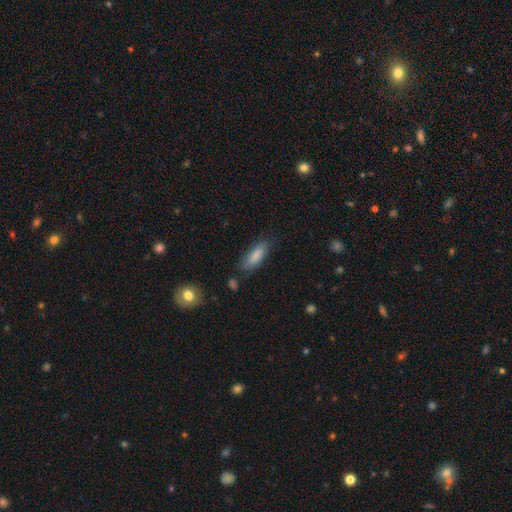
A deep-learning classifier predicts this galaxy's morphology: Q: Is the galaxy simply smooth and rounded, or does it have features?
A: smooth — 82%.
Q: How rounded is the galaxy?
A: in between — 67%.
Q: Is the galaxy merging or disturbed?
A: none — 77%.